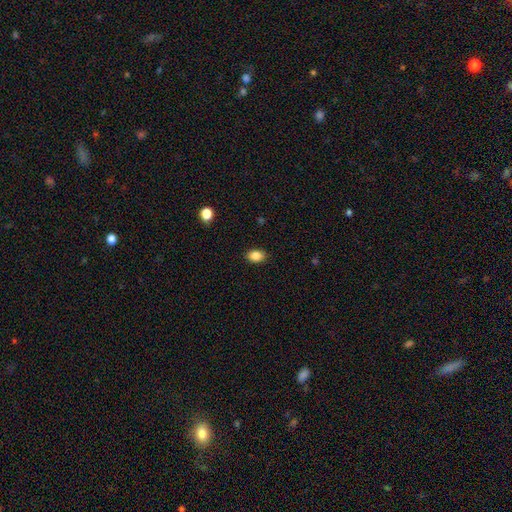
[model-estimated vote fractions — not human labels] Smooth or featured?
  - smooth: 86% *
  - star or artifact: 9%
  - featured or disk: 5%
How rounded?
  - in between: 80% *
  - round: 18%
  - cigar-shaped: 1%
Merging?
  - none: 88% *
  - minor disturbance: 9%
  - major disturbance: 2%
  - merger: 1%